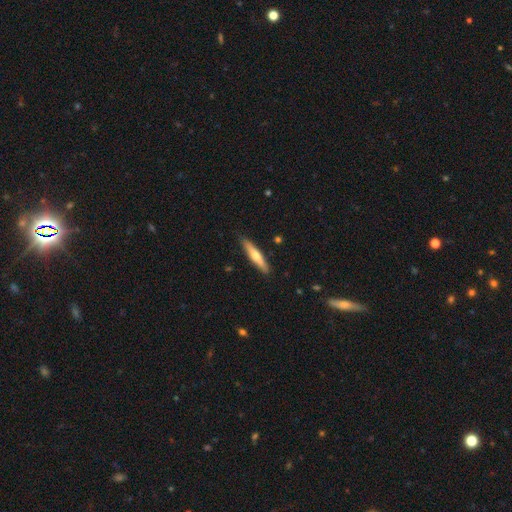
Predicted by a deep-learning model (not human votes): A smooth galaxy with no disk features (52%) that is cigar-shaped (86%).

Vote fractions:
- Smooth or featured? smooth: 52% / featured or disk: 43% / star or artifact: 5%
- How rounded? cigar-shaped: 86% / in between: 12% / round: 2%
- Merging? none: 88% / minor disturbance: 9% / major disturbance: 2% / merger: 1%